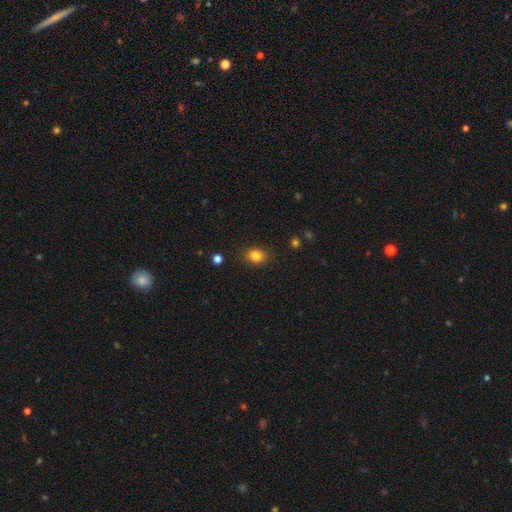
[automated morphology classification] smooth-or-featured: smooth: 83% | star or artifact: 11% | featured or disk: 6%
  how-rounded: round: 51% | in between: 48% | cigar-shaped: 1%
  merging: none: 87% | minor disturbance: 9% | major disturbance: 2% | merger: 1%